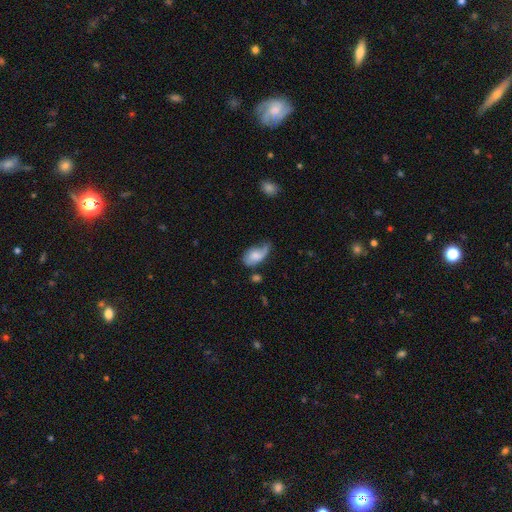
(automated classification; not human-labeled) smooth-or-featured: smooth: 57% | featured or disk: 35% | star or artifact: 8%
  how-rounded: in between: 90% | round: 7% | cigar-shaped: 3%
  merging: minor disturbance: 38% | none: 31% | major disturbance: 26% | merger: 6%